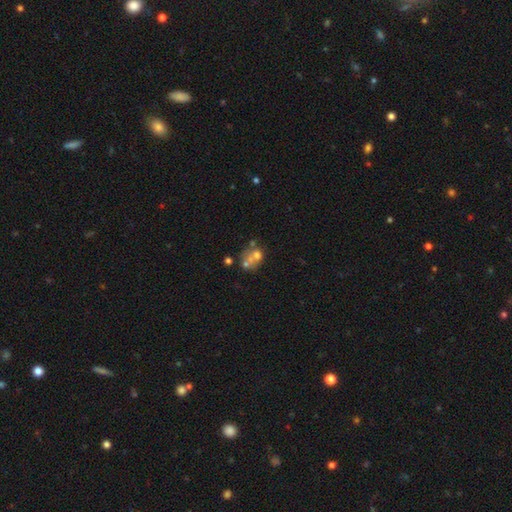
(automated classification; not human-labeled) Morphology: type=smooth (48%); merging=merger (44%).